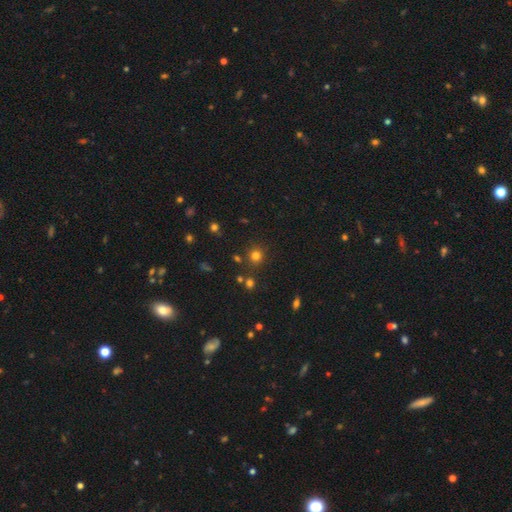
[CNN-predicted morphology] This is likely a smooth galaxy (75%). How rounded: clearly round (92%). Merging: clearly none (84%).